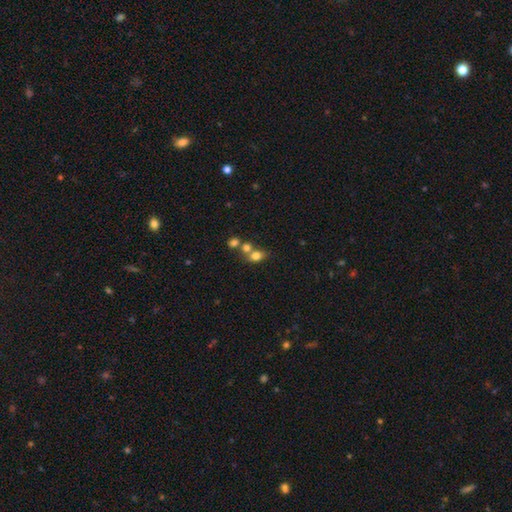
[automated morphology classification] A smooth galaxy with no disk features (75%) that is in between round and cigar-shaped (55%).

Vote fractions:
- Smooth or featured? smooth: 75% / star or artifact: 13% / featured or disk: 12%
- How rounded? in between: 55% / round: 43% / cigar-shaped: 2%
- Merging? merger: 46% / none: 39% / minor disturbance: 10% / major disturbance: 5%